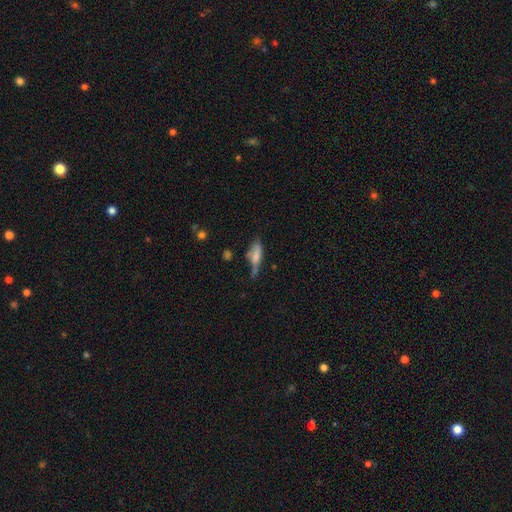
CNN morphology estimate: This appears to be a smooth galaxy with no disk features (60%) that is cigar-shaped (50%). Merging: none (42%).